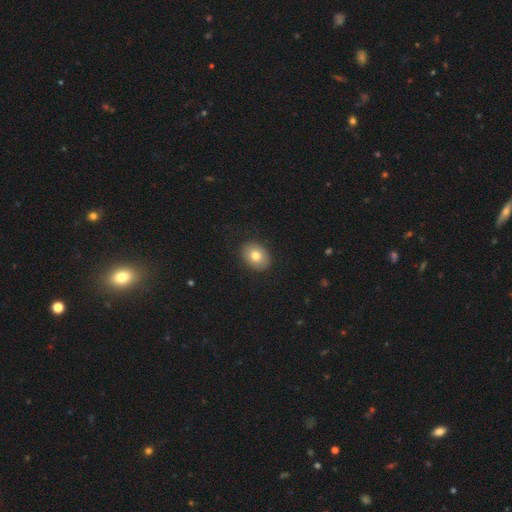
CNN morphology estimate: This appears to be a smooth galaxy with no disk features (78%) that is in between round and cigar-shaped (57%). Merging: none (89%).